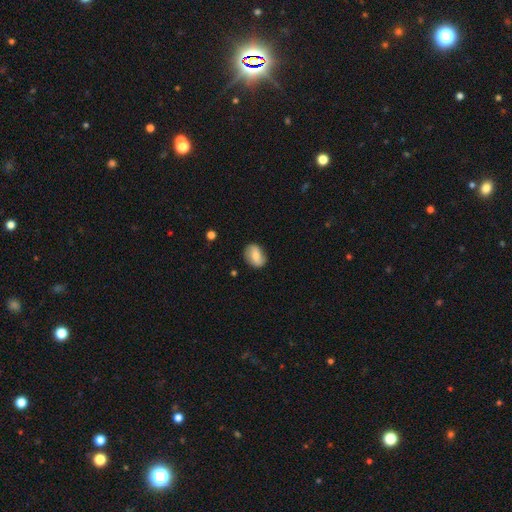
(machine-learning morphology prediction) Smooth or featured: smooth — 65% (featured or disk — 27%)
How rounded: in between — 73% (round — 26%)
Merging: none — 79% (minor disturbance — 16%)